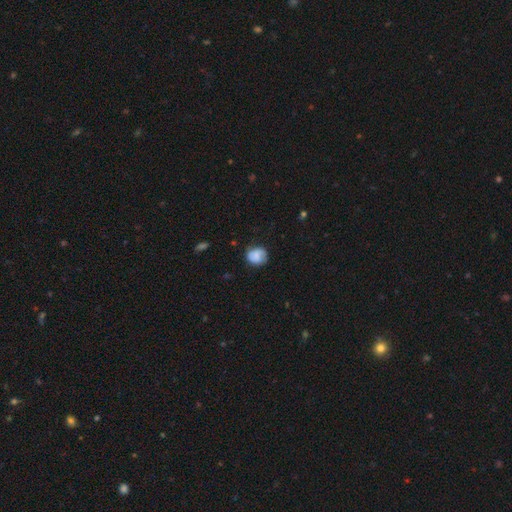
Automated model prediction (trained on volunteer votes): Smooth or featured?
  - smooth: 62% *
  - featured or disk: 30%
  - star or artifact: 8%
How rounded?
  - round: 73% *
  - in between: 26%
  - cigar-shaped: 1%
Merging?
  - none: 69% *
  - minor disturbance: 23%
  - major disturbance: 7%
  - merger: 2%